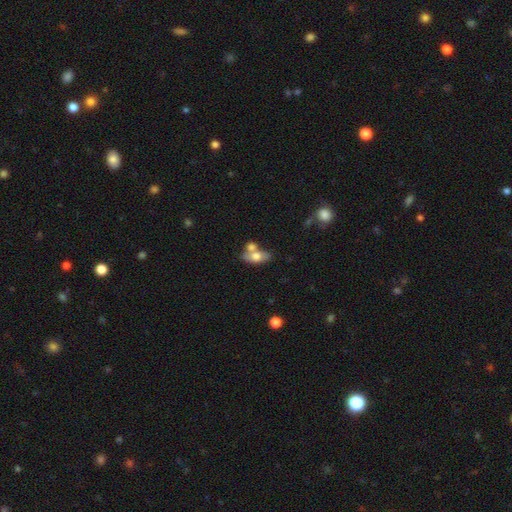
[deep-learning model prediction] smooth_or_featured: smooth (p=0.64) [alt: featured or disk p=0.28]
how_rounded: in between (p=0.81) [alt: cigar-shaped p=0.11]
merging: none (p=0.45) [alt: merger p=0.37]